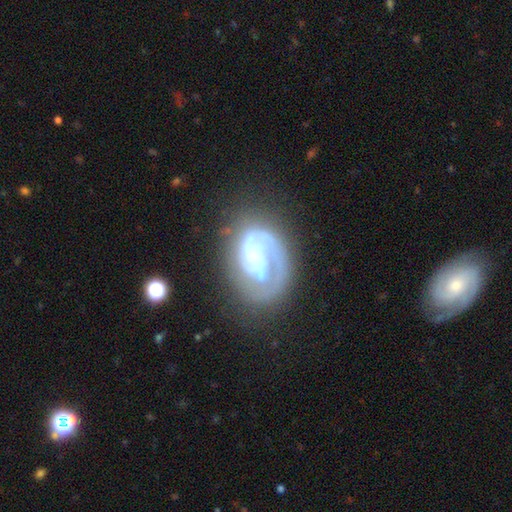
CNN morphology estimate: This appears to be a featured or disk galaxy (82%) with no bar (48%), 1 (38%) tight (45%) spiral arms (91%) and a small central bulge (44%). Merging: none (57%).